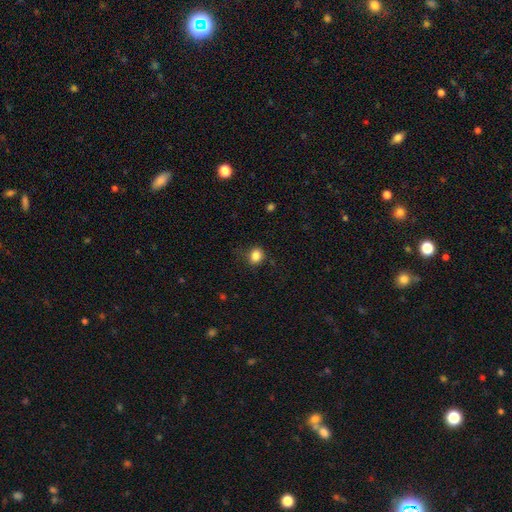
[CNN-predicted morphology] Q: Smooth or featured?
A: smooth (84%); runner-up: star or artifact (11%)
Q: How rounded?
A: round (61%); runner-up: in between (38%)
Q: Merging?
A: none (80%); runner-up: minor disturbance (15%)